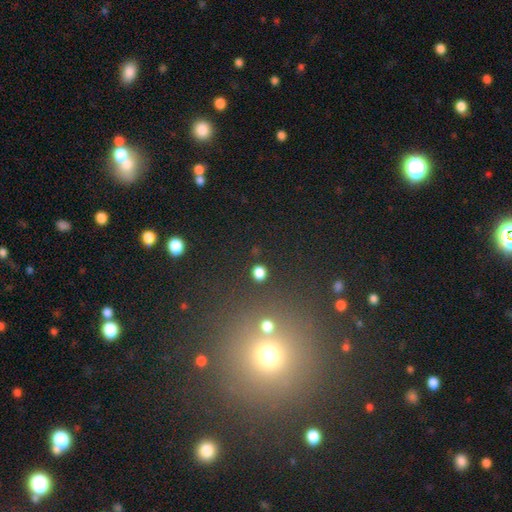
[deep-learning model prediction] star or artifact 51%, smooth 40%, featured or disk 8%.